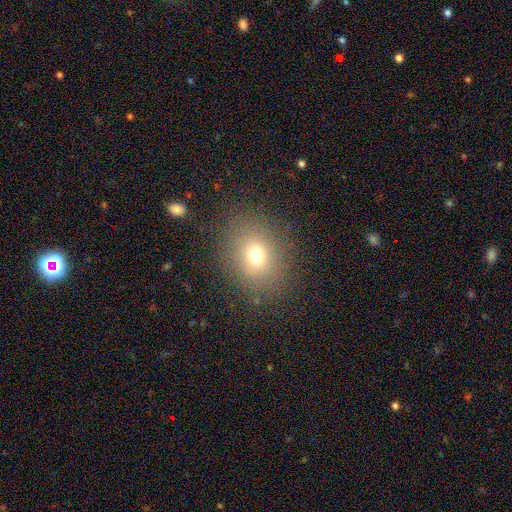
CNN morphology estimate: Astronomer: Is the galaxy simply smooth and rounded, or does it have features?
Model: smooth — 69%.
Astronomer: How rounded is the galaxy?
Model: round — 60% (runner-up: in between, 39%).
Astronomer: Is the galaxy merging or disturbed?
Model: none — 84%.